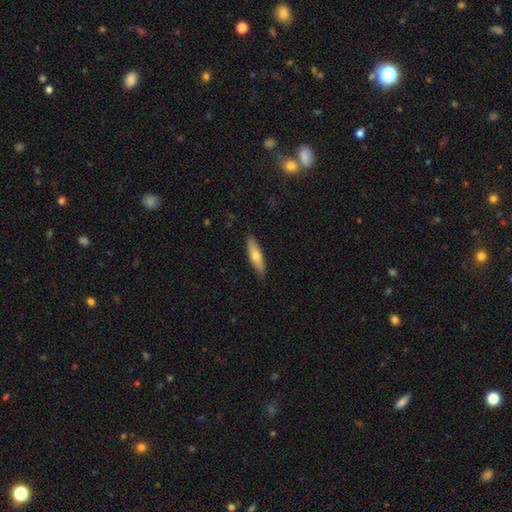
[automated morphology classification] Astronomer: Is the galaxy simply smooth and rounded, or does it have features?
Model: smooth — 63%.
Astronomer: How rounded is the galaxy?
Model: cigar-shaped — 61% (runner-up: in between, 37%).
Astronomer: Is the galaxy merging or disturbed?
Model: none — 88%.